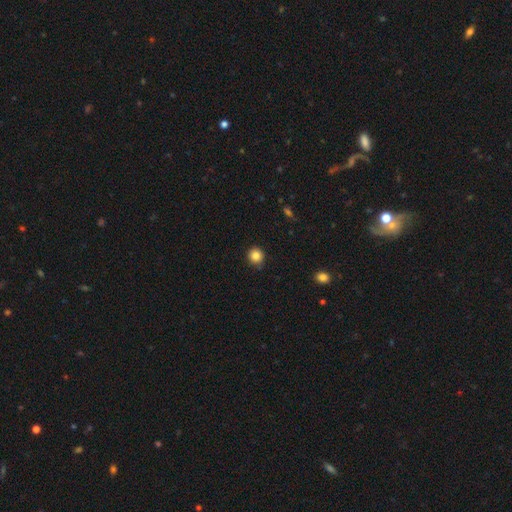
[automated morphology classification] This is clearly a smooth galaxy (84%). How rounded: clearly round (91%). Merging: clearly none (89%).